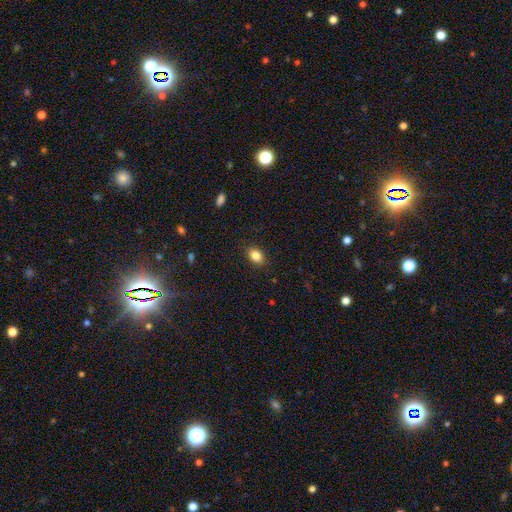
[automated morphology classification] The model was most divided on "how rounded": in between: 80%, round: 19%, cigar-shaped: 1%. More confident: merging — none (87%); smooth or featured — smooth (86%).